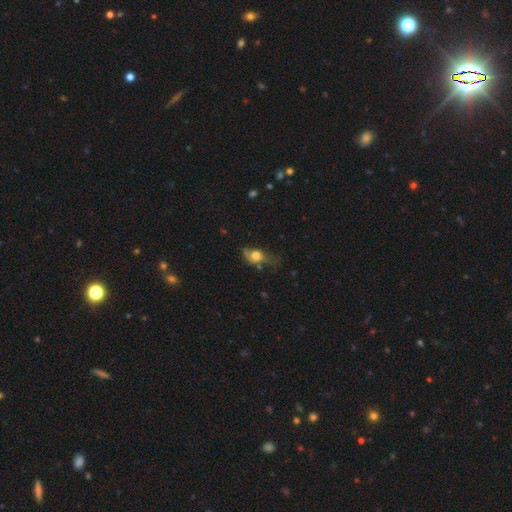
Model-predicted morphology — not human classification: smooth_or_featured: smooth (p=0.64) [alt: featured or disk p=0.27]
how_rounded: in between (p=0.63) [alt: round p=0.33]
merging: major disturbance (p=0.33) [alt: minor disturbance p=0.32]